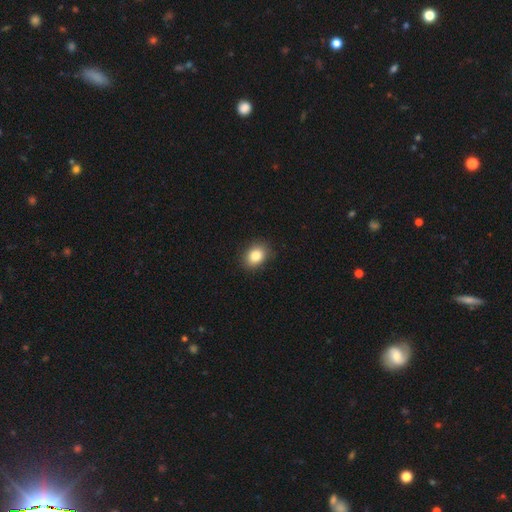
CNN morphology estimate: Q: Smooth or featured?
A: smooth (84%); runner-up: star or artifact (9%)
Q: How rounded?
A: in between (63%); runner-up: round (36%)
Q: Merging?
A: none (88%); runner-up: minor disturbance (9%)